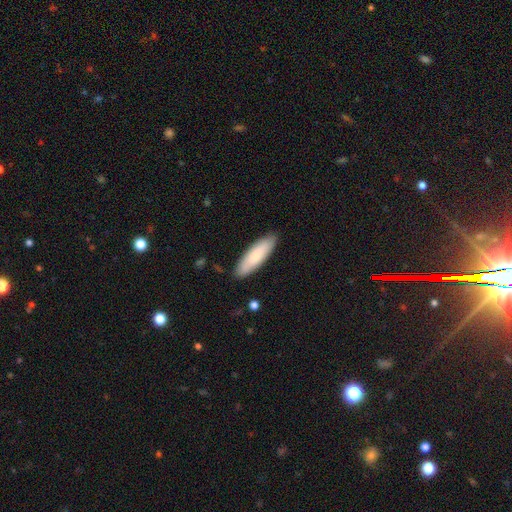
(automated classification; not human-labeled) smooth 77%, featured or disk 17%, star or artifact 5%. Down the decision tree: how rounded — cigar-shaped (53%); merging — none (87%).